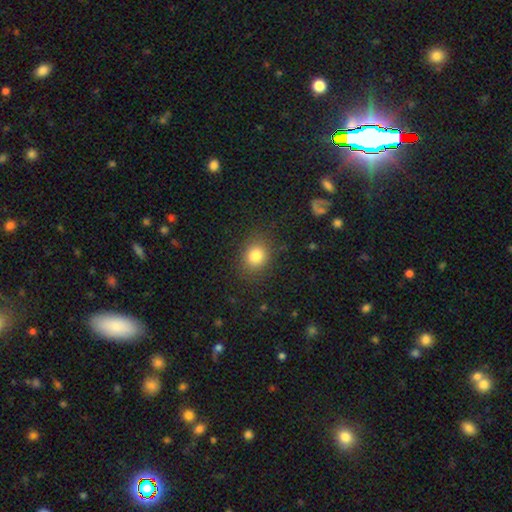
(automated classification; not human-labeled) A smooth galaxy with no disk features (82%) that is round (68%).

Vote fractions:
- Smooth or featured? smooth: 82% / star or artifact: 12% / featured or disk: 7%
- How rounded? round: 68% / in between: 31% / cigar-shaped: 1%
- Merging? none: 85% / minor disturbance: 10% / major disturbance: 4% / merger: 1%